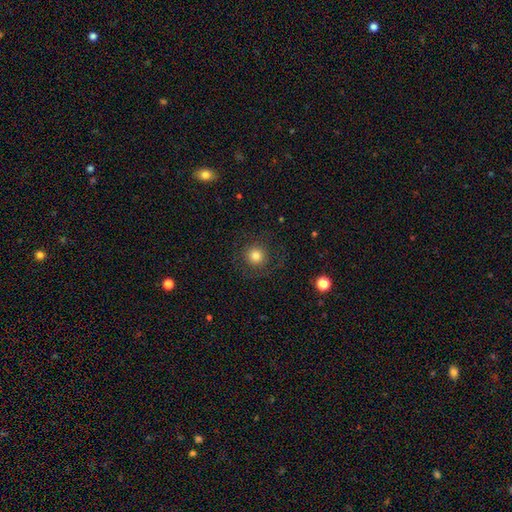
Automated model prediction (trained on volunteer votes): This appears to be a smooth galaxy with no disk features (77%) that is round (95%). Merging: none (81%).